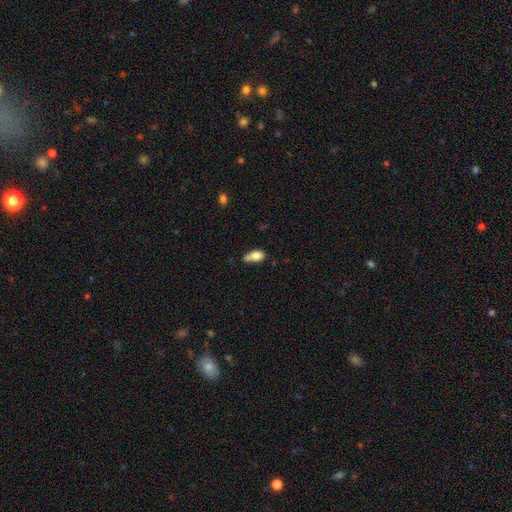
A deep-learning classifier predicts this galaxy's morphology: This is likely a smooth galaxy (78%). How rounded: clearly in between (83%). Merging: marginally none (31%).